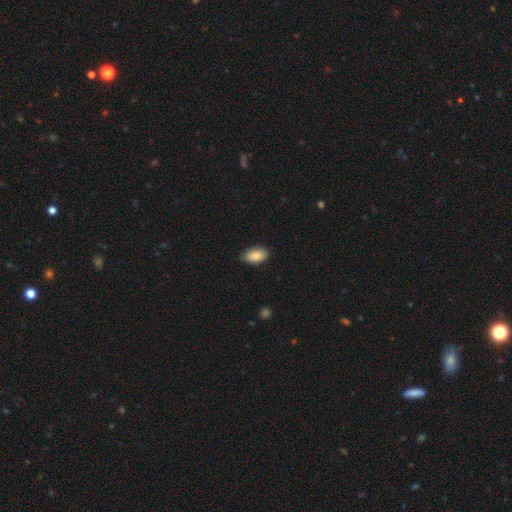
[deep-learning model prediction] The model was most divided on "merging": none: 79%, minor disturbance: 17%, major disturbance: 2%, merger: 1%. More confident: how rounded — in between (93%); smooth or featured — smooth (88%).